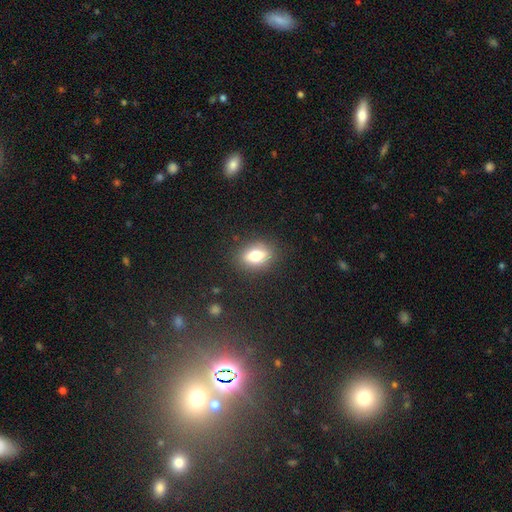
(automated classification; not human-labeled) smooth_or_featured: smooth (p=0.71) [alt: featured or disk p=0.19]
how_rounded: in between (p=0.74) [alt: round p=0.21]
merging: none (p=0.85) [alt: minor disturbance p=0.10]